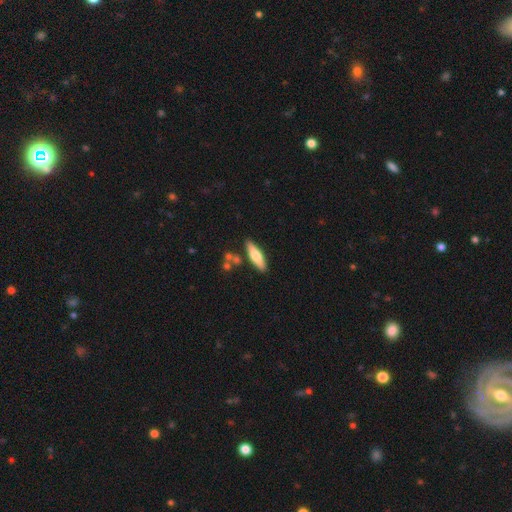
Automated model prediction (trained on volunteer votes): A smooth galaxy with no disk features (59%) that is cigar-shaped (63%).

Vote fractions:
- Smooth or featured? smooth: 59% / featured or disk: 35% / star or artifact: 6%
- How rounded? cigar-shaped: 63% / in between: 35% / round: 2%
- Merging? none: 81% / minor disturbance: 11% / merger: 6% / major disturbance: 2%